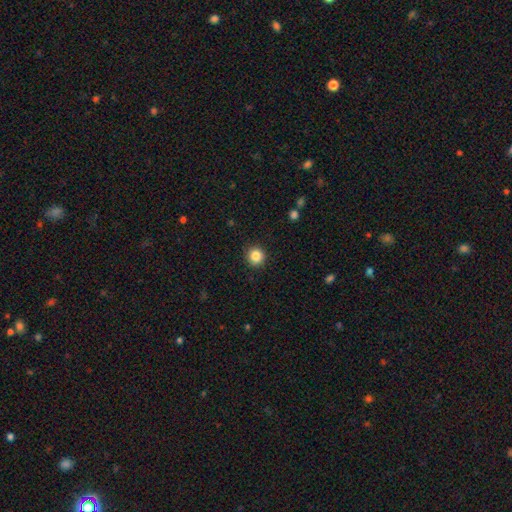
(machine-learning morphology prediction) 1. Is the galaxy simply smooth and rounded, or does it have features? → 86% smooth, 10% star or artifact, 4% featured or disk.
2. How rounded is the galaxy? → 92% round, 7% in between, 1% cigar-shaped.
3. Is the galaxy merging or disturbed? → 91% none, 6% minor disturbance, 2% major disturbance, 1% merger.